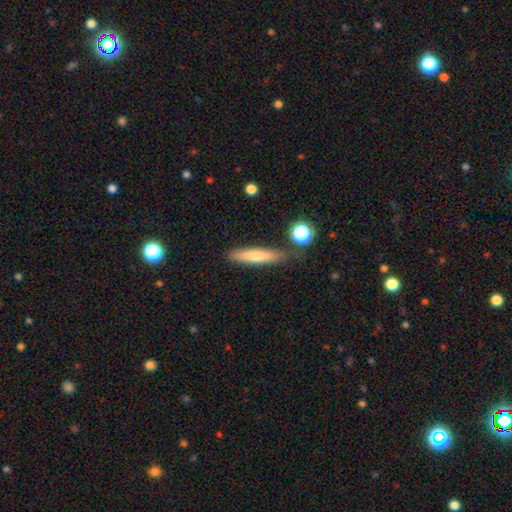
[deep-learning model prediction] This is likely a smooth galaxy (60%). How rounded: clearly cigar-shaped (89%). Merging: likely none (78%).